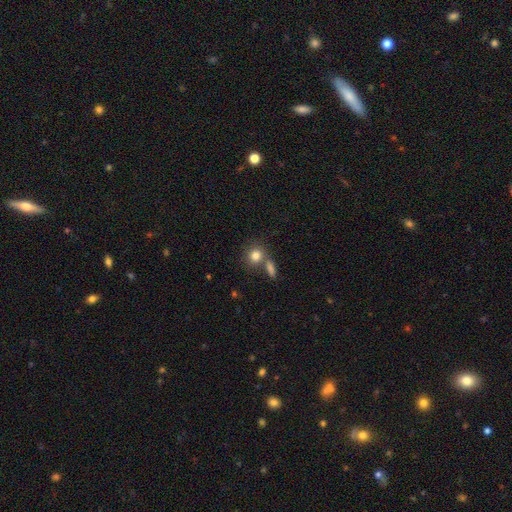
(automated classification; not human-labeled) smooth-or-featured: smooth: 82% | star or artifact: 10% | featured or disk: 9%
  how-rounded: round: 75% | in between: 23% | cigar-shaped: 2%
  merging: none: 57% | merger: 28% | minor disturbance: 11% | major disturbance: 4%